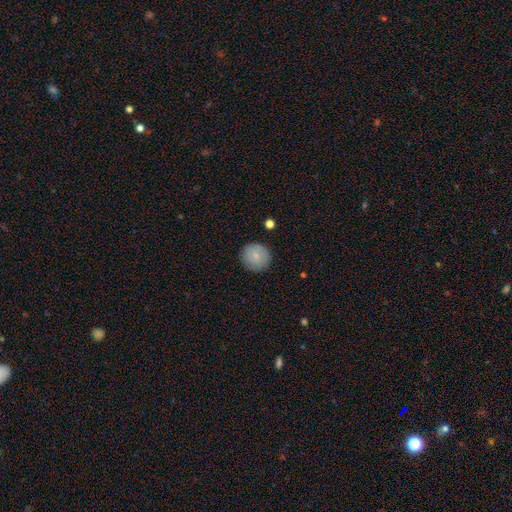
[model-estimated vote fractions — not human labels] This is clearly a smooth galaxy (80%). How rounded: clearly round (93%). Merging: clearly none (87%).